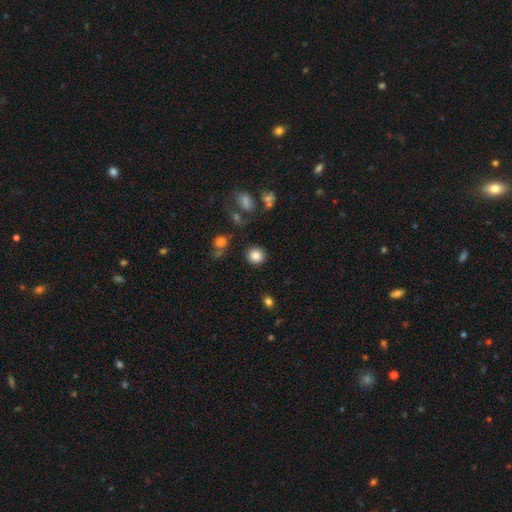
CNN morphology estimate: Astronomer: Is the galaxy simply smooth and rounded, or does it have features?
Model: smooth — 85%.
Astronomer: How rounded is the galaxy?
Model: round — 87%.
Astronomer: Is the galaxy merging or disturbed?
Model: none — 87%.